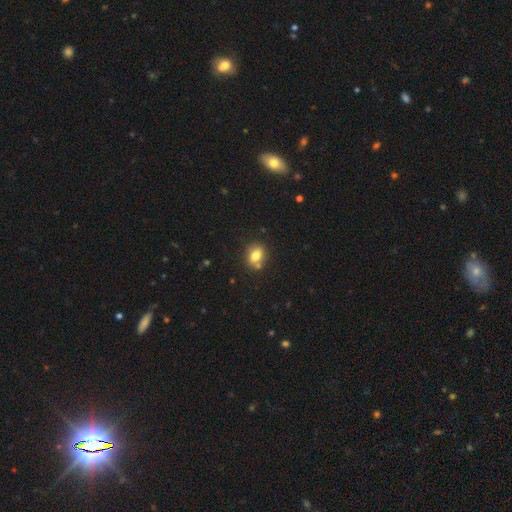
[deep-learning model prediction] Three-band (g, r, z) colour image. It shows a smooth galaxy with no disk features (80%) that is in between round and cigar-shaped (61%). Merging: none (67%).